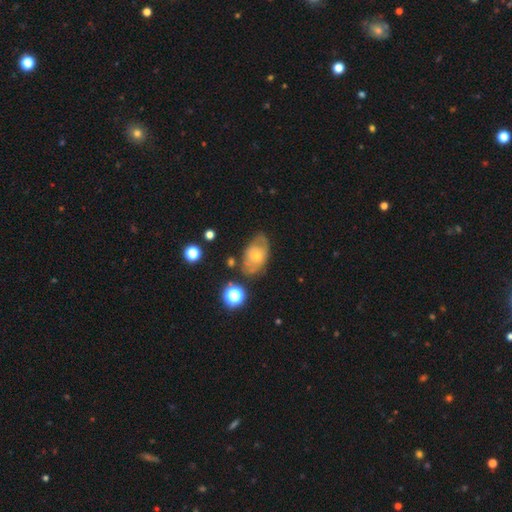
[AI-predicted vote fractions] smooth_or_featured: featured or disk (p=0.47) [alt: smooth p=0.42]
merging: none (p=0.60) [alt: minor disturbance p=0.26]